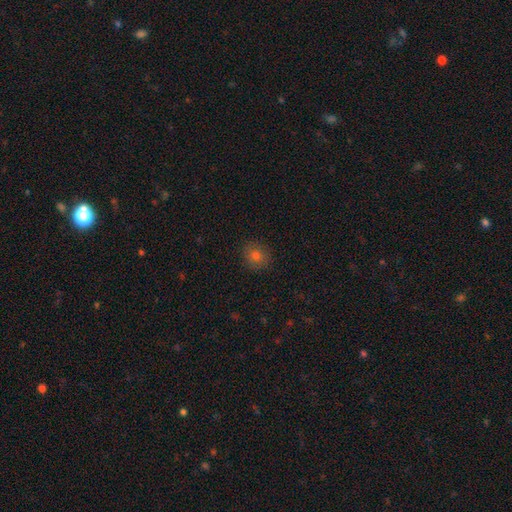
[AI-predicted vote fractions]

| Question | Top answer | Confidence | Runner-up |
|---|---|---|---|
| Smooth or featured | smooth | 76% | star or artifact (16%) |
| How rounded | round | 83% | in between (16%) |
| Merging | none | 89% | minor disturbance (8%) |